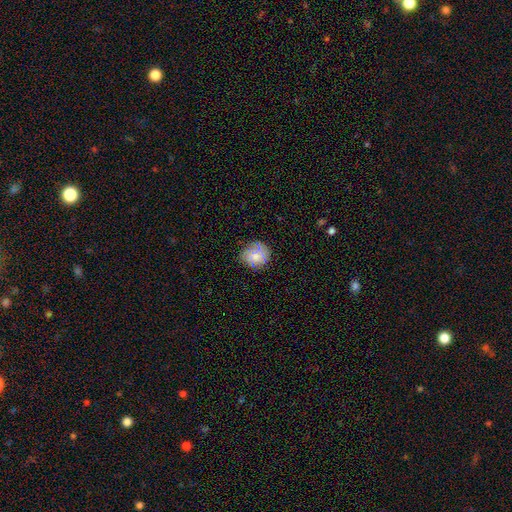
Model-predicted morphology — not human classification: smooth 71%, featured or disk 19%, star or artifact 10%. Down the decision tree: how rounded — round (77%); merging — none (72%).